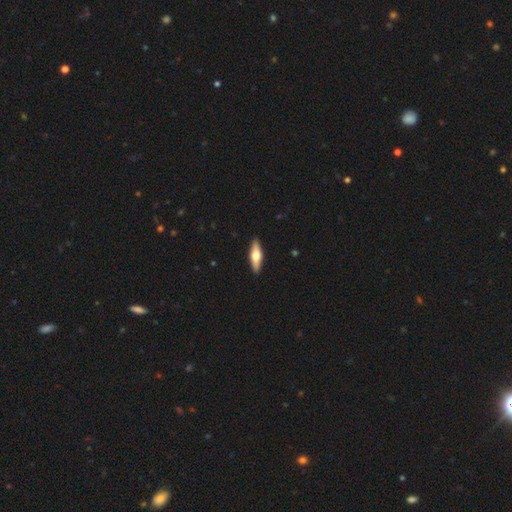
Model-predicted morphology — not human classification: This is possibly a smooth galaxy (51%). How rounded: possibly cigar-shaped (57%). Merging: clearly none (91%).